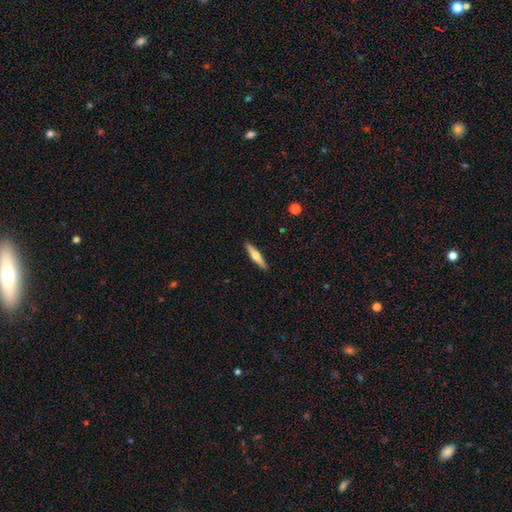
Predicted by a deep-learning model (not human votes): The model was most divided on "smooth or featured": featured or disk: 55%, smooth: 39%, star or artifact: 5%. More confident: edge-on disk — yes (96%); edge-on bulge — rounded (93%); merging — none (91%).